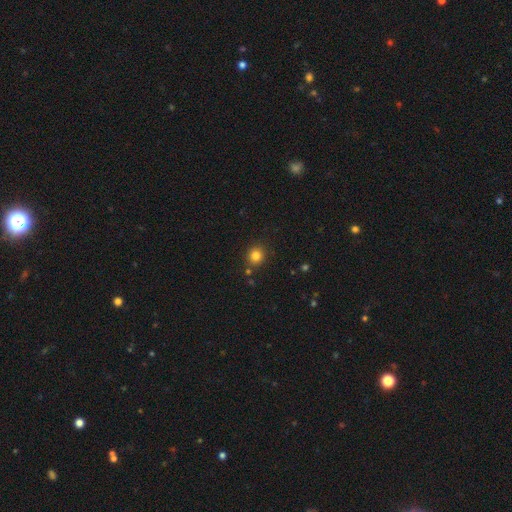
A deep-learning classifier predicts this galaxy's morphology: Smooth or featured?
  - smooth: 82% *
  - star or artifact: 13%
  - featured or disk: 5%
How rounded?
  - round: 88% *
  - in between: 11%
  - cigar-shaped: 1%
Merging?
  - none: 85% *
  - minor disturbance: 8%
  - merger: 5%
  - major disturbance: 2%